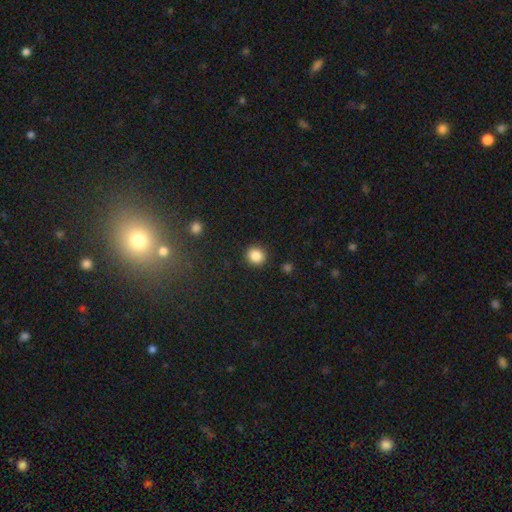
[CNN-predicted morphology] A smooth galaxy with no disk features (86%) that is round (89%). Merging: none (90%).